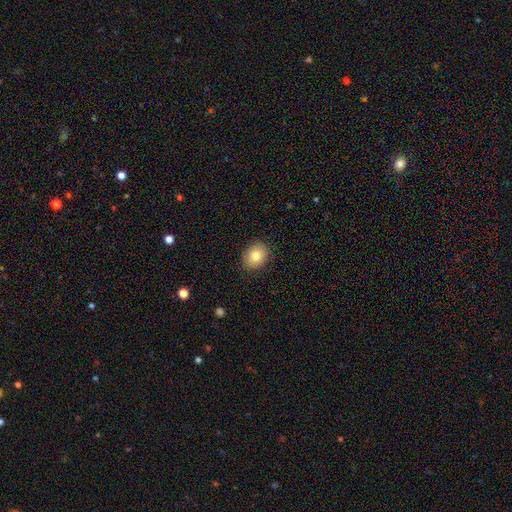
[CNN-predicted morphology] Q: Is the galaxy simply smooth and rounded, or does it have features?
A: smooth — 83%.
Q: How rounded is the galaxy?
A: in between — 58%.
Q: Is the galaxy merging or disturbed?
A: none — 89%.